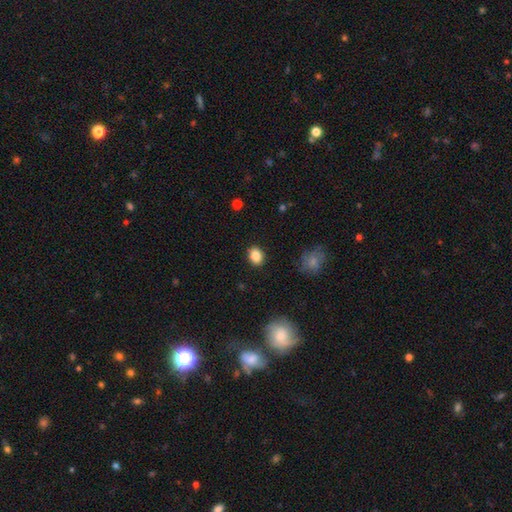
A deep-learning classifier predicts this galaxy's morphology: A smooth galaxy with no disk features (85%) that is in between round and cigar-shaped (59%).

Vote fractions:
- Smooth or featured? smooth: 85% / star or artifact: 9% / featured or disk: 6%
- How rounded? in between: 59% / round: 40% / cigar-shaped: 1%
- Merging? none: 88% / minor disturbance: 8% / major disturbance: 2% / merger: 1%